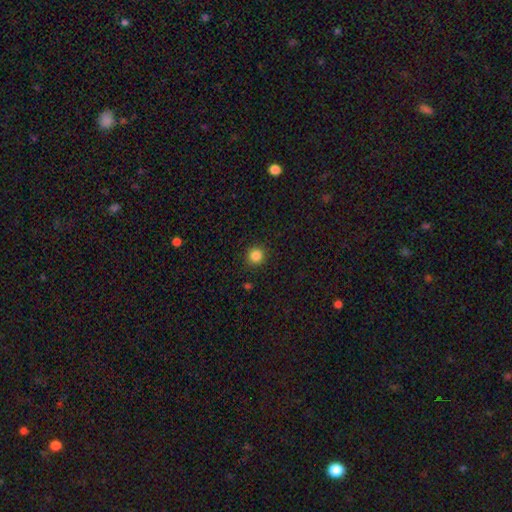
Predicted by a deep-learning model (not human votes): Smooth or featured? Predicted: smooth (p=0.85). How rounded? Predicted: round (p=0.93). Merging? Predicted: none (p=0.91).